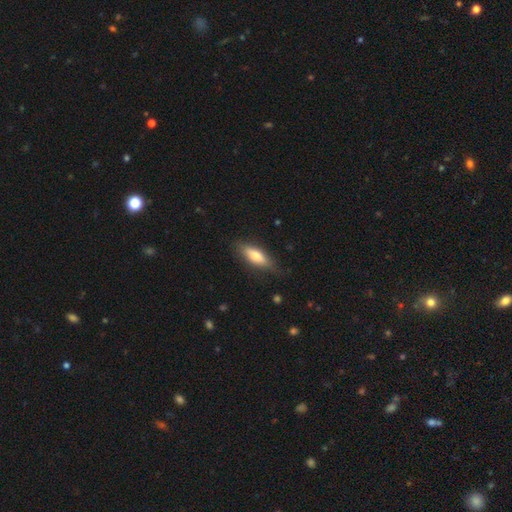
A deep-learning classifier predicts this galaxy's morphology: This is likely a smooth galaxy (72%). How rounded: likely in between (61%). Merging: likely none (79%).